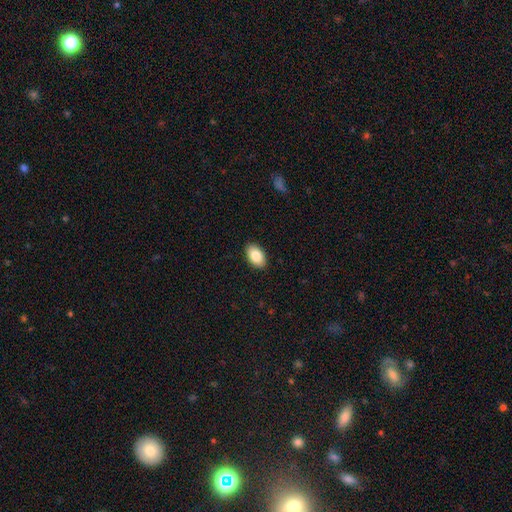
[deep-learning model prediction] This appears to be a smooth galaxy with no disk features (85%) that is in between round and cigar-shaped (93%). Merging: none (90%).